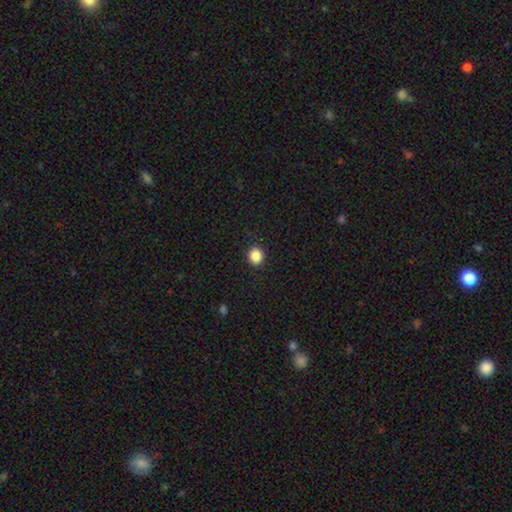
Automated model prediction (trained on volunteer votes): This appears to be a smooth galaxy with no disk features (87%) that is round (76%). Merging: none (90%).